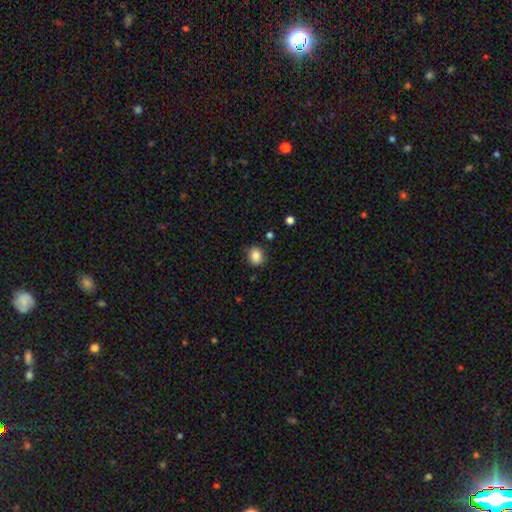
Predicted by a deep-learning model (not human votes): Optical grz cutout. It shows a smooth galaxy with no disk features (86%) that is round (66%). Merging: none (86%).